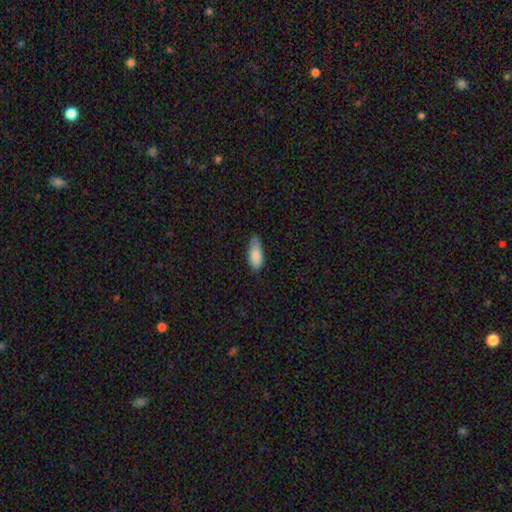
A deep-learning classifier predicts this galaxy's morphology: smooth-or-featured: smooth: 85% | featured or disk: 8% | star or artifact: 6%
  how-rounded: in between: 85% | cigar-shaped: 13% | round: 2%
  merging: none: 59% | minor disturbance: 34% | major disturbance: 5% | merger: 1%